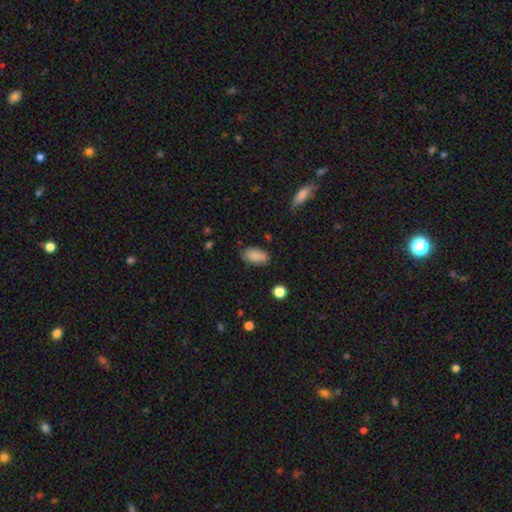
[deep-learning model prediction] Smooth or featured: smooth — 87% (star or artifact — 7%)
How rounded: in between — 93% (round — 4%)
Merging: none — 81% (minor disturbance — 14%)